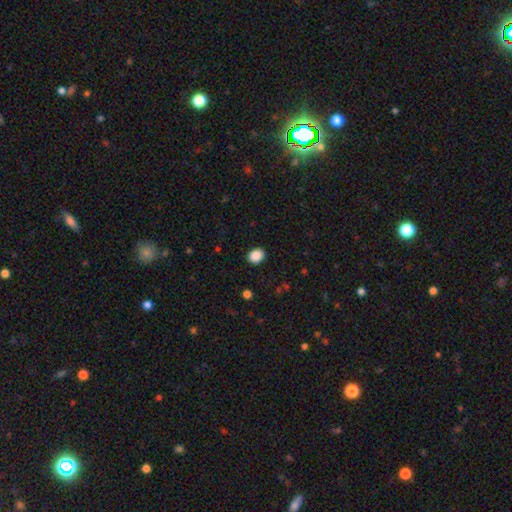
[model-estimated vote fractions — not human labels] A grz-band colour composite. It shows a smooth galaxy with no disk features (89%) that is round (51%). Merging: none (90%).